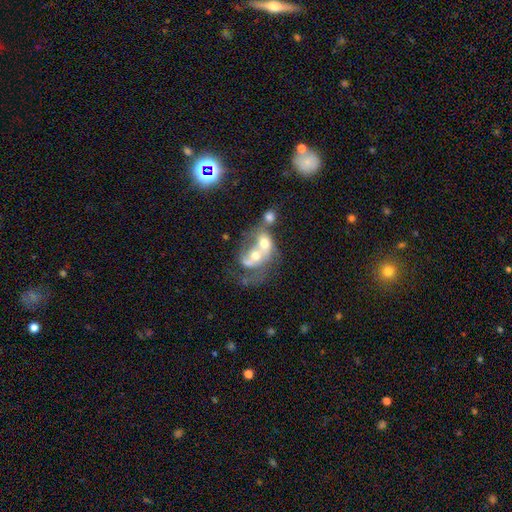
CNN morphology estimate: This appears to be a featured or disk galaxy (55%) with no bar (78%), no spiral arms (52%) and a moderate central bulge (63%). Merging: merger (74%).